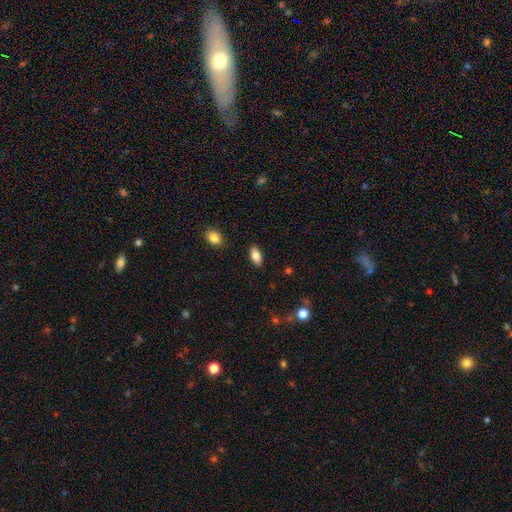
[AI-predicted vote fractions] The model was most divided on "smooth or featured": smooth: 80%, featured or disk: 12%, star or artifact: 8%. More confident: how rounded — in between (90%); merging — none (88%).